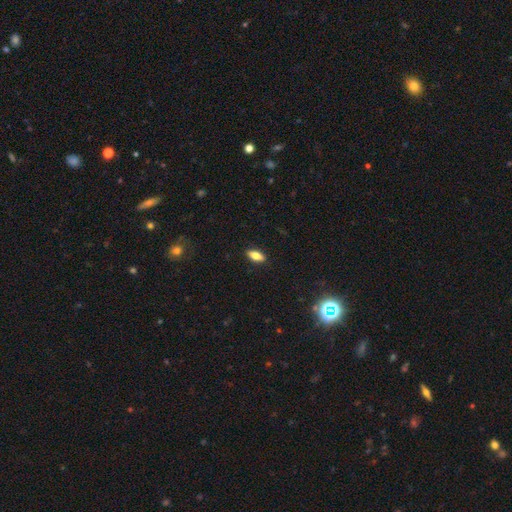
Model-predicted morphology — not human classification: This appears to be a smooth galaxy with no disk features (68%) that is in between round and cigar-shaped (80%). Merging: none (89%).